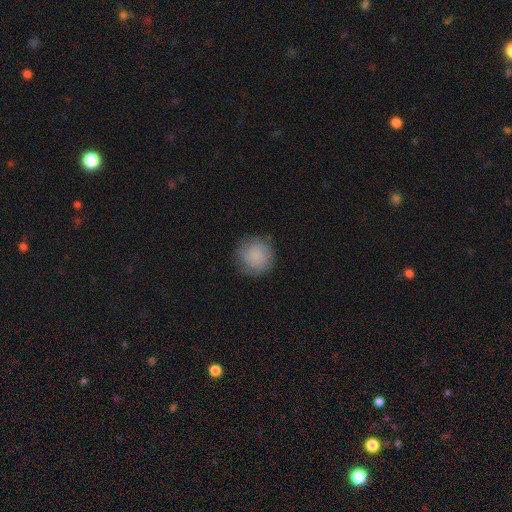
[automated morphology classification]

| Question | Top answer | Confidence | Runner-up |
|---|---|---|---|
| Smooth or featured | smooth | 78% | featured or disk (14%) |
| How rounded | round | 93% | in between (6%) |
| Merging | none | 83% | minor disturbance (12%) |